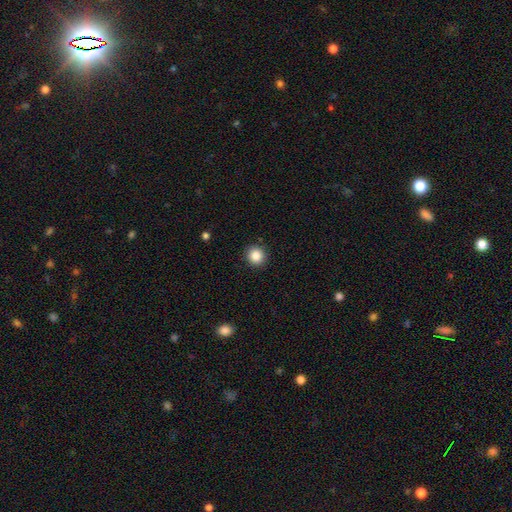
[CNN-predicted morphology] smooth_or_featured: smooth (p=0.86) [alt: star or artifact p=0.10]
how_rounded: round (p=0.92) [alt: in between p=0.07]
merging: none (p=0.91) [alt: minor disturbance p=0.06]